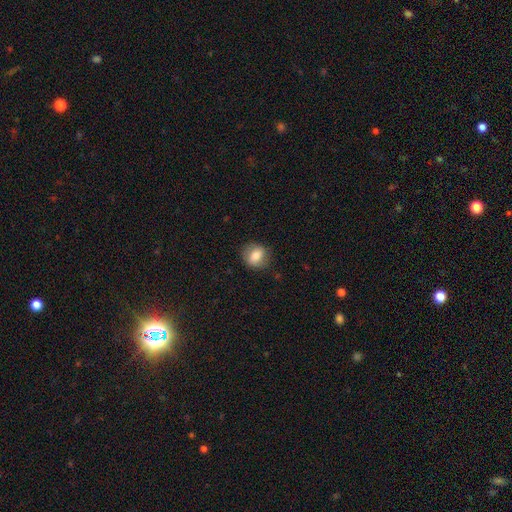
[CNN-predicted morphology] type=smooth (75%); roundness=round (67%); merging=none (81%).